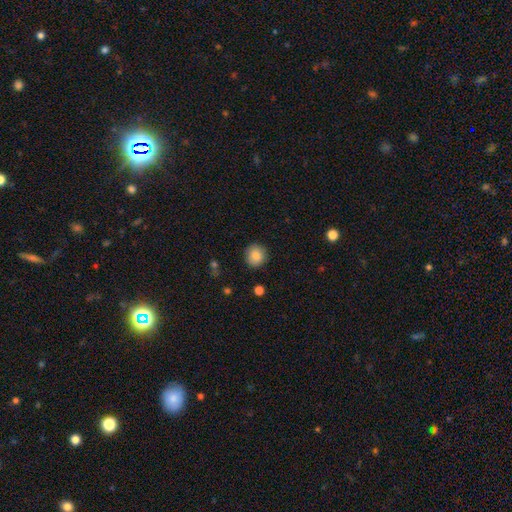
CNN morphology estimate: type=smooth (86%); roundness=round (88%); merging=none (89%).